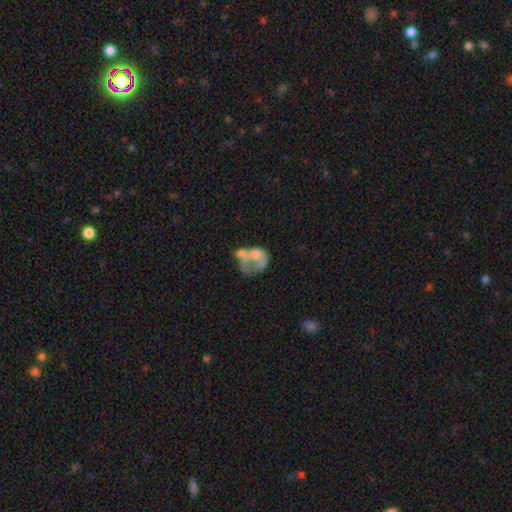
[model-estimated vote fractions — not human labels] Q: Smooth or featured?
A: featured or disk (49%); runner-up: smooth (40%)
Q: Merging?
A: merger (44%); runner-up: major disturbance (28%)